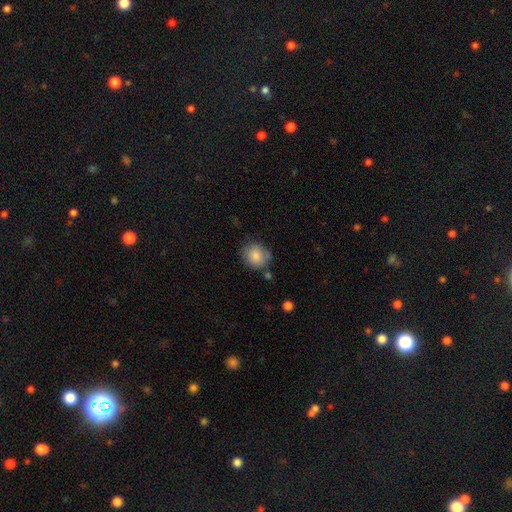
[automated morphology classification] This appears to be a smooth galaxy with no disk features (83%) that is round (76%). Merging: none (71%).